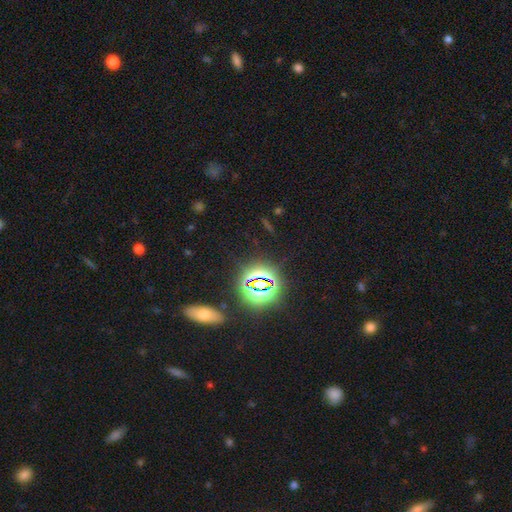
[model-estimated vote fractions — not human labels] Smooth or featured: star or artifact — 73% (smooth — 17%)